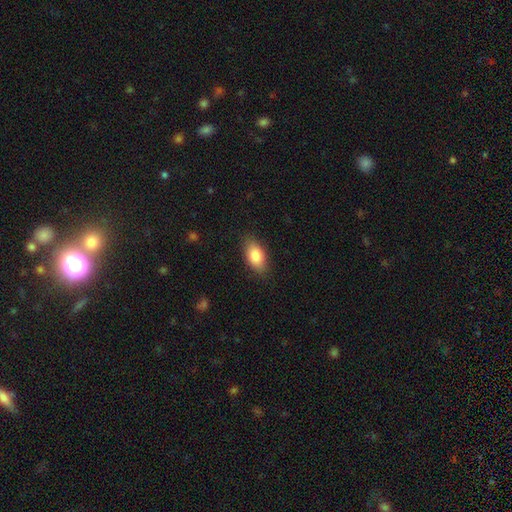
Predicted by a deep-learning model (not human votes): Morphology: type=smooth (85%); roundness=in between (91%); merging=none (85%).